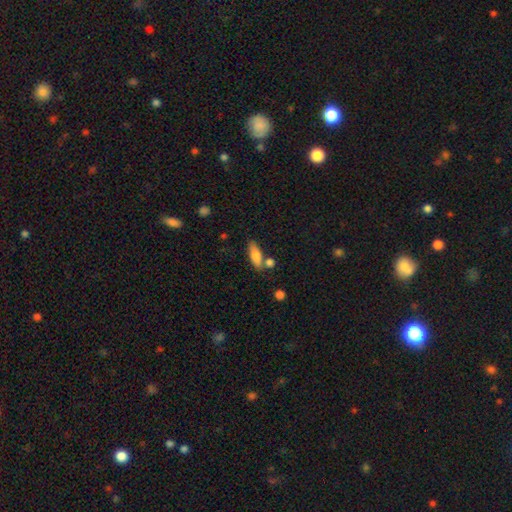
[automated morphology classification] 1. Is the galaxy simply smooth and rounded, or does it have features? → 77% smooth, 16% featured or disk, 7% star or artifact.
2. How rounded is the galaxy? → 63% in between, 34% cigar-shaped, 3% round.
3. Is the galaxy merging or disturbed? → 64% none, 16% merger, 15% minor disturbance, 5% major disturbance.